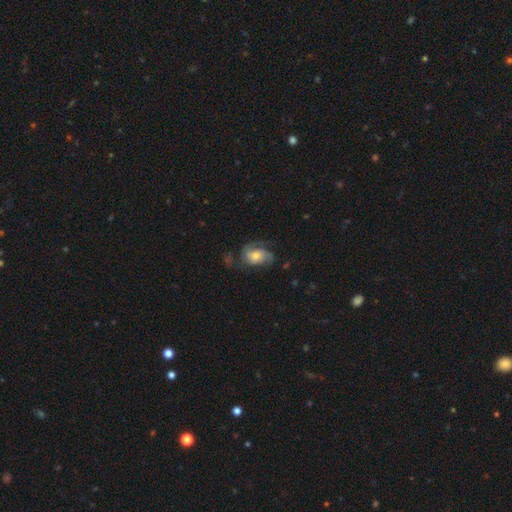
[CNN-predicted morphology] This is likely a featured or disk galaxy (70%). It is clearly not viewed edge-on (97%). Bar: likely no (70%). Spiral arm pattern: clearly yes (90%). Spiral arm count: marginally 2 (45%). Spiral winding: possibly medium (46%). Central bulge: possibly moderate (54%). Merging: possibly none (50%).